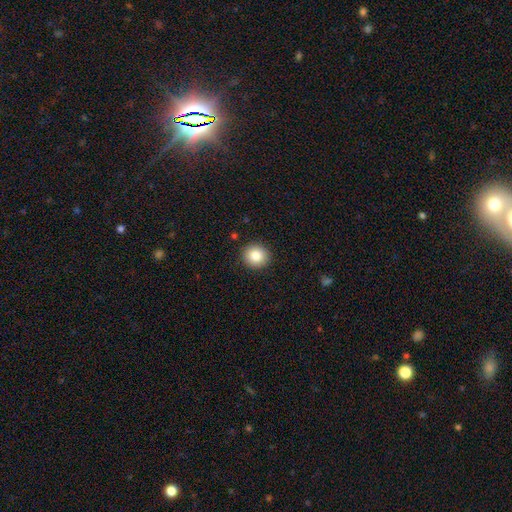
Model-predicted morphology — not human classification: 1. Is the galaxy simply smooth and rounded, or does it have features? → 85% smooth, 9% star or artifact, 6% featured or disk.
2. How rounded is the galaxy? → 89% round, 10% in between, 1% cigar-shaped.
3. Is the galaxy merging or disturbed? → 91% none, 6% minor disturbance, 2% major disturbance, 1% merger.